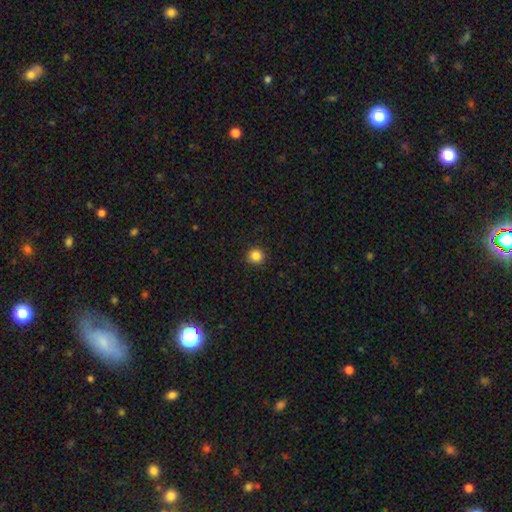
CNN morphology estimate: The model was most divided on "smooth or featured": smooth: 85%, star or artifact: 11%, featured or disk: 4%. More confident: how rounded — round (94%); merging — none (92%).